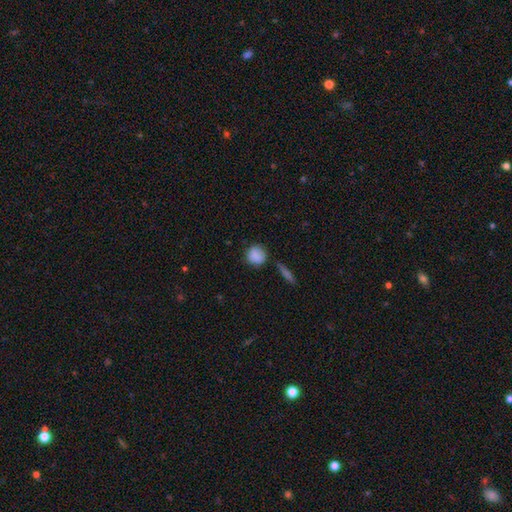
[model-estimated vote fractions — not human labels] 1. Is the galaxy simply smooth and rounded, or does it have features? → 85% smooth, 8% star or artifact, 7% featured or disk.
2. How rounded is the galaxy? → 82% round, 16% in between, 2% cigar-shaped.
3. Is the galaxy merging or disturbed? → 74% none, 17% minor disturbance, 5% merger, 4% major disturbance.